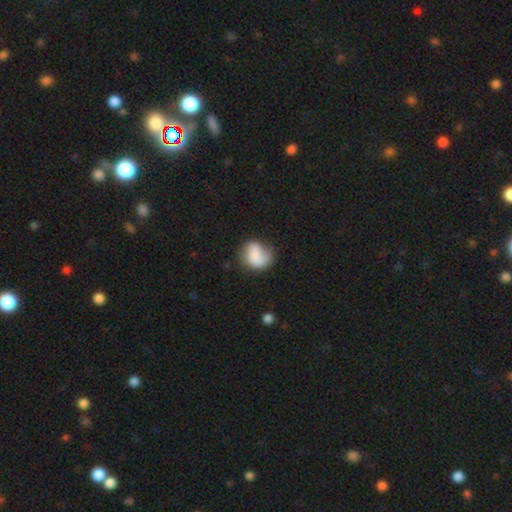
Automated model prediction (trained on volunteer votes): Q: Smooth or featured?
A: smooth (68%); runner-up: featured or disk (24%)
Q: How rounded?
A: round (61%); runner-up: in between (37%)
Q: Merging?
A: none (52%); runner-up: minor disturbance (28%)